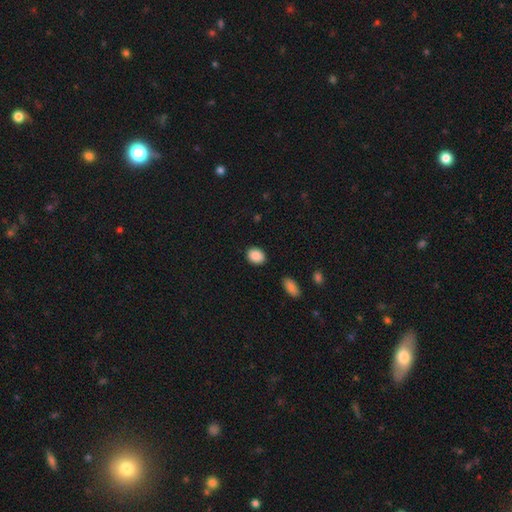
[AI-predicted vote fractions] This is clearly a smooth galaxy (89%). How rounded: likely in between (62%). Merging: clearly none (88%).